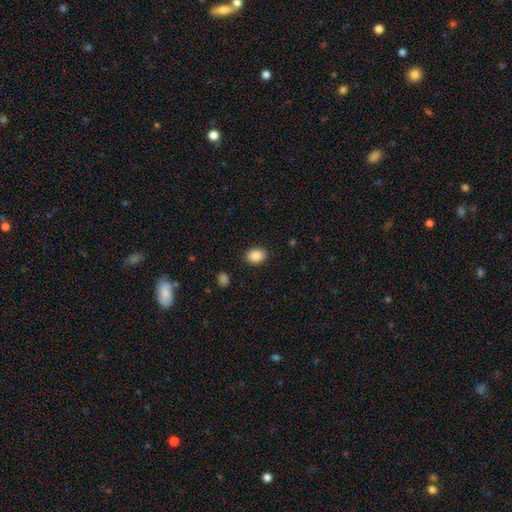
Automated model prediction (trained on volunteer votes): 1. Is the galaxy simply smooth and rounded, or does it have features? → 88% smooth, 8% star or artifact, 4% featured or disk.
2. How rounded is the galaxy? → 71% in between, 28% round, 1% cigar-shaped.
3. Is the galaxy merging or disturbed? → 89% none, 8% minor disturbance, 2% major disturbance, 1% merger.